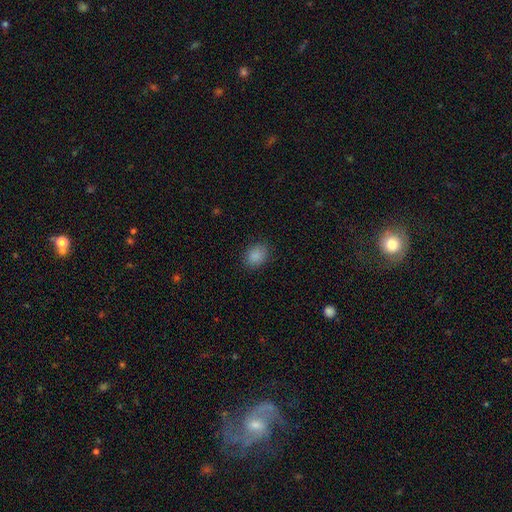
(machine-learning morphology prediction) Q: Smooth or featured?
A: smooth (87%); runner-up: star or artifact (9%)
Q: How rounded?
A: in between (55%); runner-up: round (44%)
Q: Merging?
A: none (85%); runner-up: minor disturbance (11%)